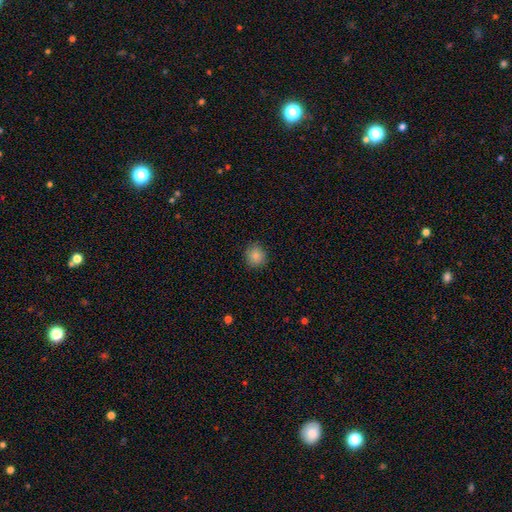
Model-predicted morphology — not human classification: The model was most divided on "smooth or featured": smooth: 84%, star or artifact: 10%, featured or disk: 5%. More confident: how rounded — round (87%); merging — none (86%).